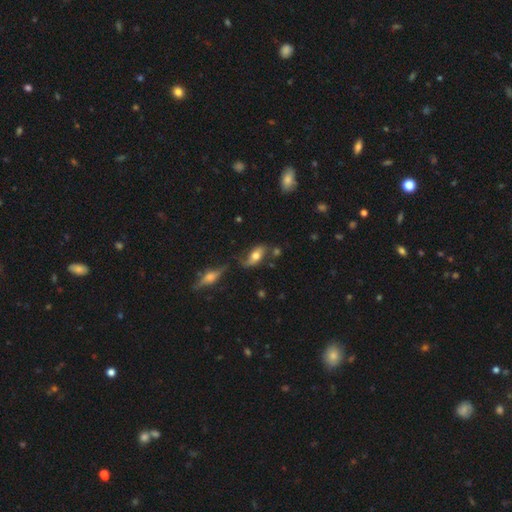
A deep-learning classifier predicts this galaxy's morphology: A smooth galaxy with no disk features (50%) that is in between round and cigar-shaped (84%). Merging: none (52%).